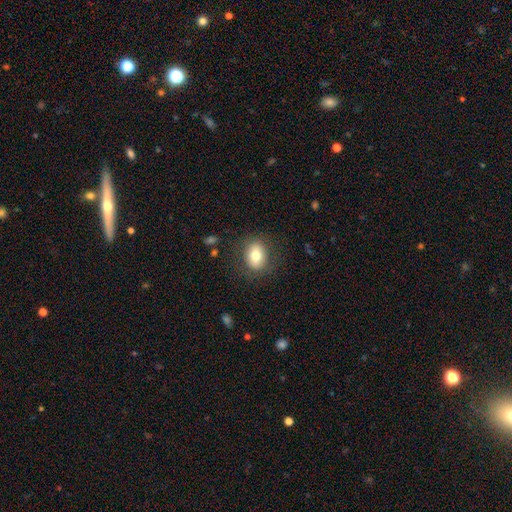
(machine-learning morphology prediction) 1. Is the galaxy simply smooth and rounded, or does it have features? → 76% smooth, 16% featured or disk, 9% star or artifact.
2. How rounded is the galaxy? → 67% in between, 31% round, 1% cigar-shaped.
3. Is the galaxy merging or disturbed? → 82% none, 12% minor disturbance, 5% major disturbance, 1% merger.